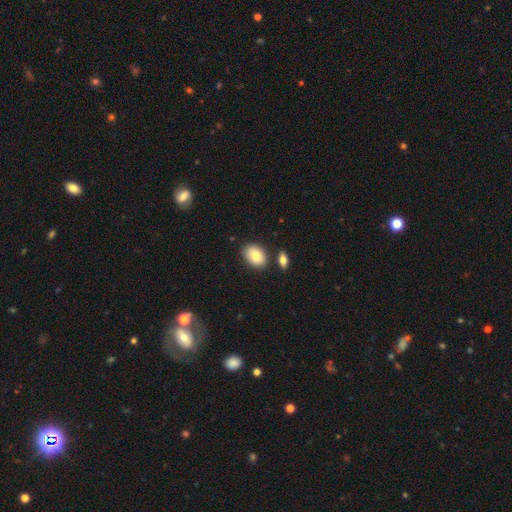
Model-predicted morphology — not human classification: Q: Smooth or featured?
A: smooth (83%); runner-up: featured or disk (10%)
Q: How rounded?
A: in between (83%); runner-up: round (15%)
Q: Merging?
A: none (79%); runner-up: minor disturbance (11%)